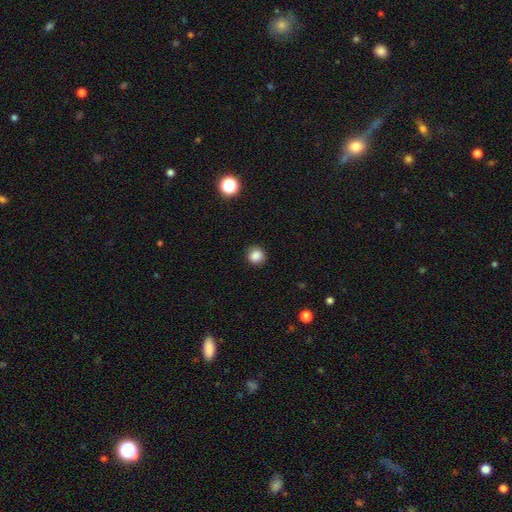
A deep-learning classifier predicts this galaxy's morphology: Smooth or featured: smooth — 86% (star or artifact — 11%)
How rounded: round — 88% (in between — 11%)
Merging: none — 89% (minor disturbance — 8%)